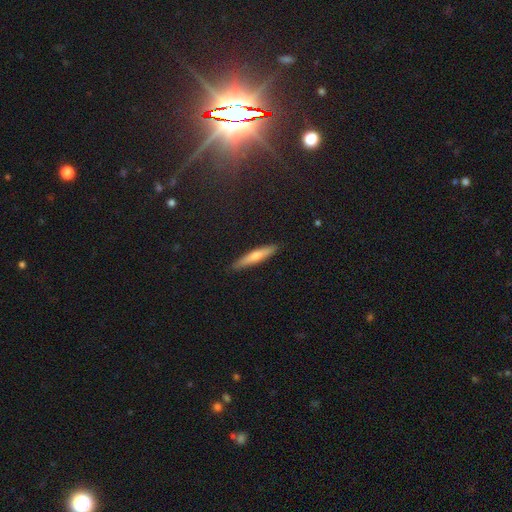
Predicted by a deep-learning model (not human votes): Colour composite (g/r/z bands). It shows a smooth galaxy with no disk features (62%) that is cigar-shaped (90%). Merging: none (90%).